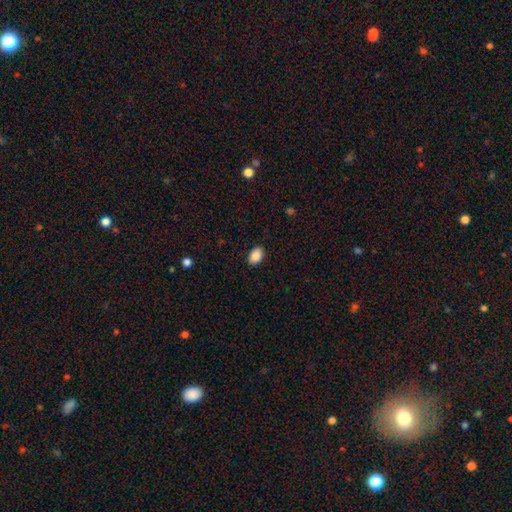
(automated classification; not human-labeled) Morphology: type=smooth (90%); roundness=in between (88%); merging=none (88%).